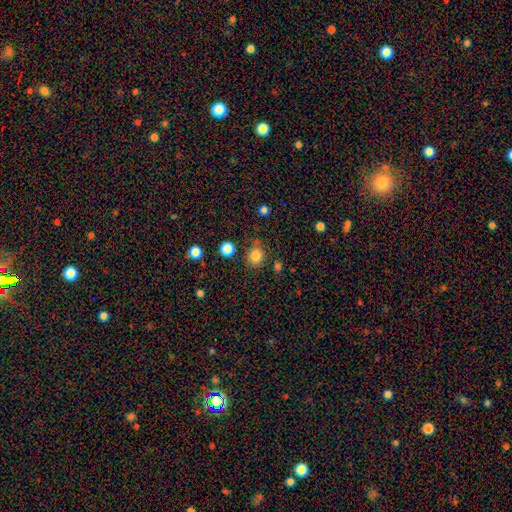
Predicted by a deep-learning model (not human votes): Morphology: type=smooth (82%); roundness=round (81%); merging=none (76%).